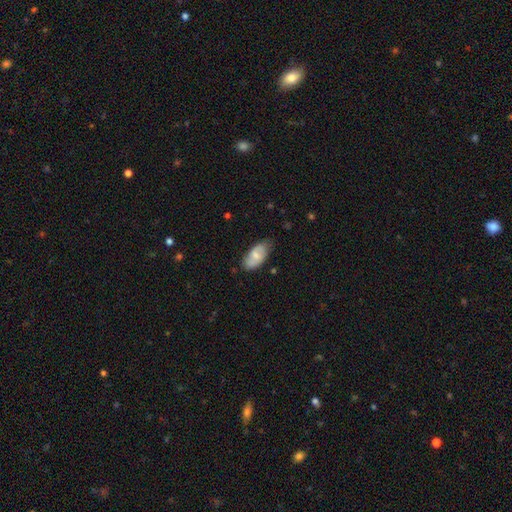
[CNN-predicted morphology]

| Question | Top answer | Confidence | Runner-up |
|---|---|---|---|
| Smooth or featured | smooth | 60% | featured or disk (34%) |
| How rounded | in between | 92% | cigar-shaped (5%) |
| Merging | none | 70% | minor disturbance (24%) |